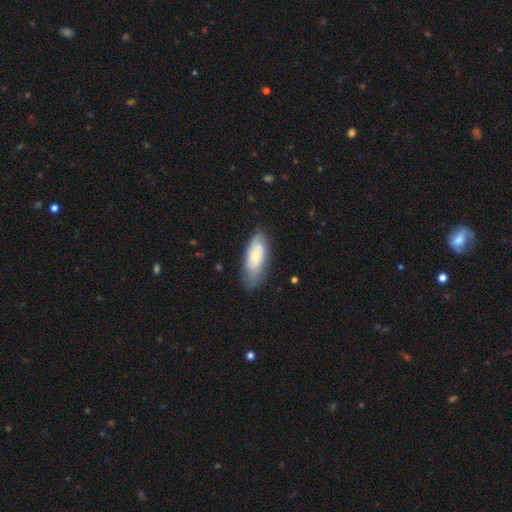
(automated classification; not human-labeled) A smooth galaxy with no disk features (62%) that is in between round and cigar-shaped (76%).

Vote fractions:
- Smooth or featured? smooth: 62% / featured or disk: 31% / star or artifact: 6%
- How rounded? in between: 76% / cigar-shaped: 22% / round: 2%
- Merging? none: 68% / minor disturbance: 24% / major disturbance: 6% / merger: 2%